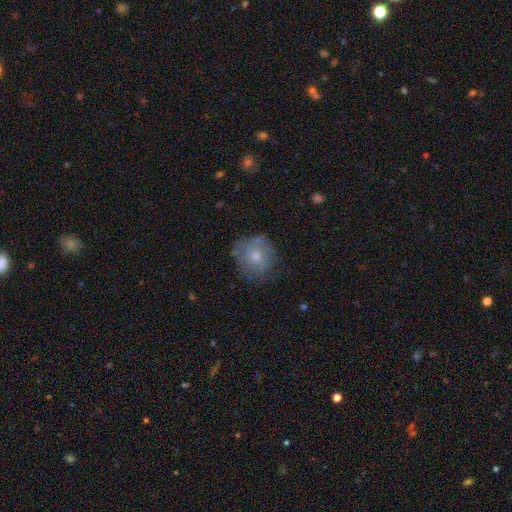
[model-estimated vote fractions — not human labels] Overall: smooth (57%; featured or disk 34%). How rounded: round (84%). Merging: none (68%).